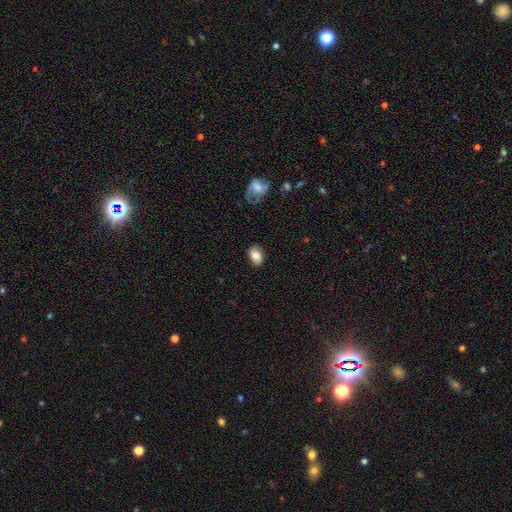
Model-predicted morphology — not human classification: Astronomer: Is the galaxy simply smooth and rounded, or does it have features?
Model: smooth — 76%.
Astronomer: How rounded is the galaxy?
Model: in between — 83%.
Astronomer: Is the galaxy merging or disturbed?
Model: none — 79%.